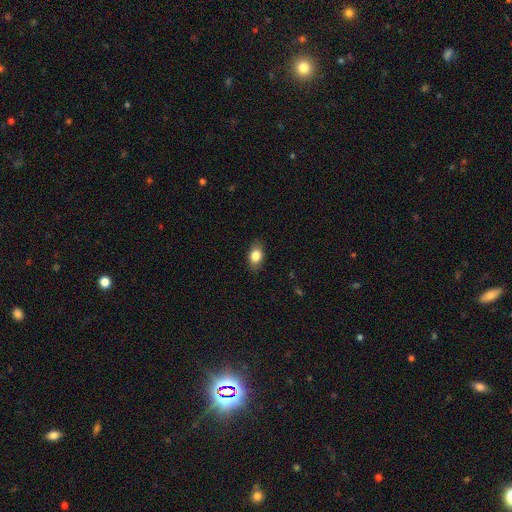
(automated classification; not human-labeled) Smooth or featured?
  - smooth: 83% *
  - featured or disk: 9%
  - star or artifact: 8%
How rounded?
  - in between: 82% *
  - round: 16%
  - cigar-shaped: 2%
Merging?
  - none: 85% *
  - minor disturbance: 12%
  - major disturbance: 3%
  - merger: 1%